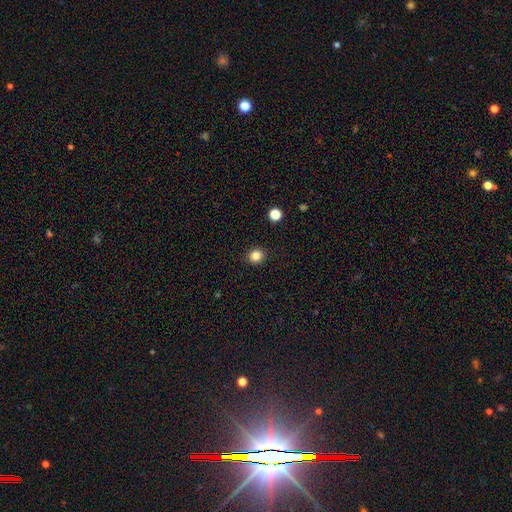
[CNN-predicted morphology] Q: Smooth or featured?
A: smooth (84%); runner-up: star or artifact (12%)
Q: How rounded?
A: round (83%); runner-up: in between (16%)
Q: Merging?
A: none (91%); runner-up: minor disturbance (6%)